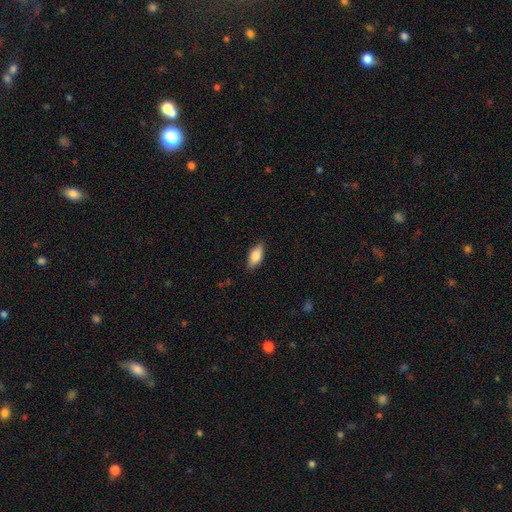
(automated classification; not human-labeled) Smooth or featured? Predicted: smooth (p=0.80). How rounded? Predicted: in between (p=0.85). Merging? Predicted: none (p=0.84).